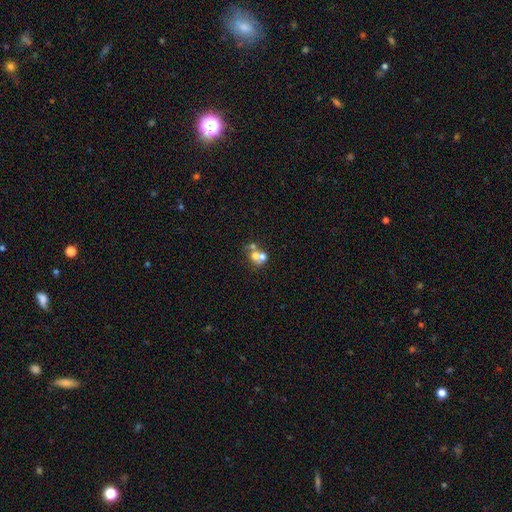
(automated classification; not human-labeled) This appears to be a smooth galaxy with no disk features (56%) that is round (74%). Merging: merger (59%).